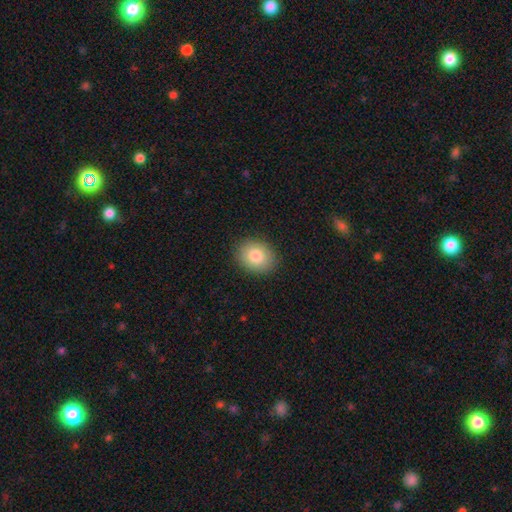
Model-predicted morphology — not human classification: A smooth galaxy with no disk features (82%) that is round (55%). Merging: none (88%).